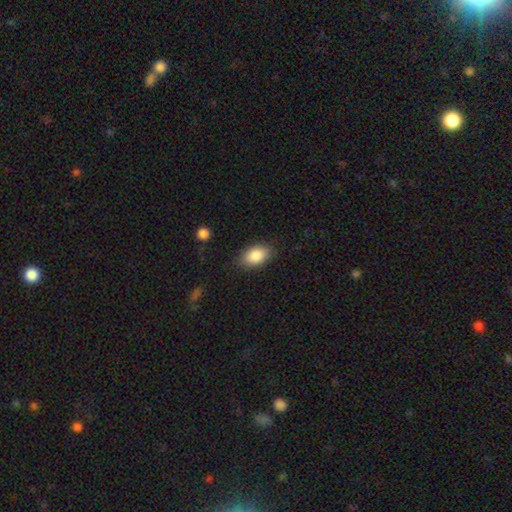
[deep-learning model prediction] A smooth galaxy with no disk features (87%) that is in between round and cigar-shaped (92%).

Vote fractions:
- Smooth or featured? smooth: 87% / star or artifact: 7% / featured or disk: 7%
- How rounded? in between: 92% / round: 6% / cigar-shaped: 2%
- Merging? none: 84% / minor disturbance: 12% / major disturbance: 3% / merger: 1%